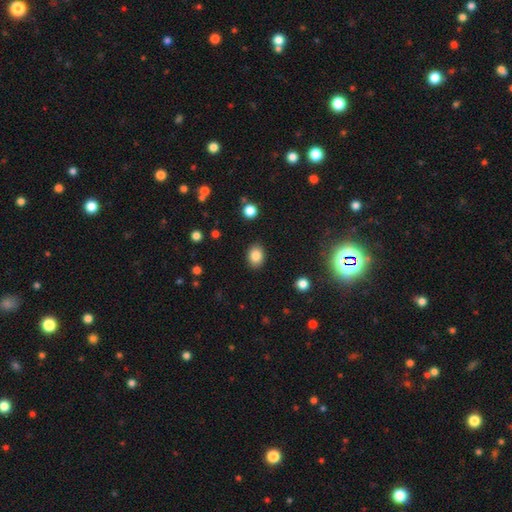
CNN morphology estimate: Overall: smooth (84%). How rounded: in between (60%; round 39%). Merging: none (88%).